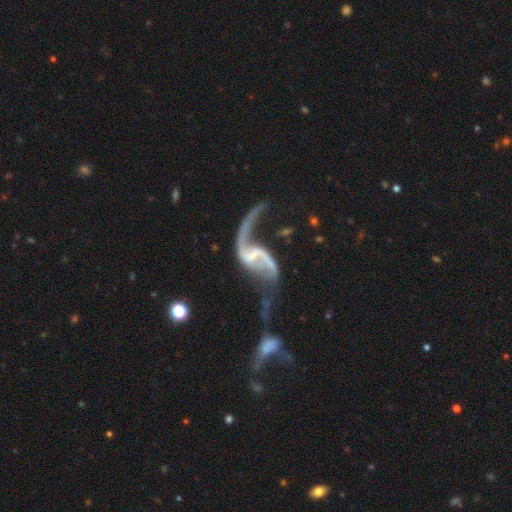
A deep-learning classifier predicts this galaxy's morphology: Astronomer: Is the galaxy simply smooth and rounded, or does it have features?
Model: featured or disk — 90%.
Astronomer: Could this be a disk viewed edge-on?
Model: no — 97%.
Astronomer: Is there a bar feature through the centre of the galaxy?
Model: weak — 44% (runner-up: no, 30%).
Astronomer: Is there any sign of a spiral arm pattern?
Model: yes — 94%.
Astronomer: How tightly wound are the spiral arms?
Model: loose — 89%.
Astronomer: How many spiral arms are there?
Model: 2 — 89%.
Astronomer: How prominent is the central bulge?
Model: none — 51% (runner-up: small, 34%).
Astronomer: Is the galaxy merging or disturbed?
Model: merger — 32% (runner-up: none, 29%).